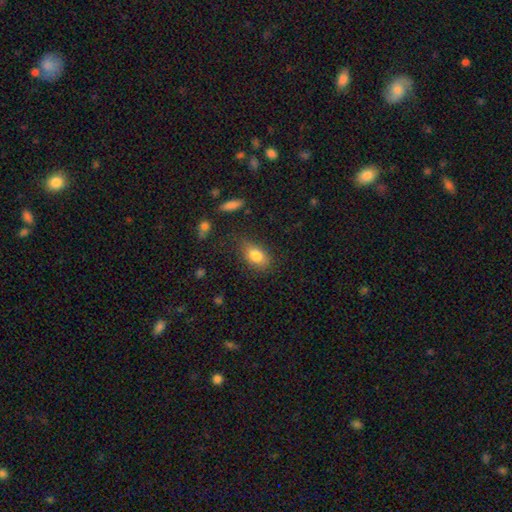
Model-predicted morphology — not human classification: Smooth or featured? Predicted: smooth (p=0.82). How rounded? Predicted: in between (p=0.85). Merging? Predicted: none (p=0.78).